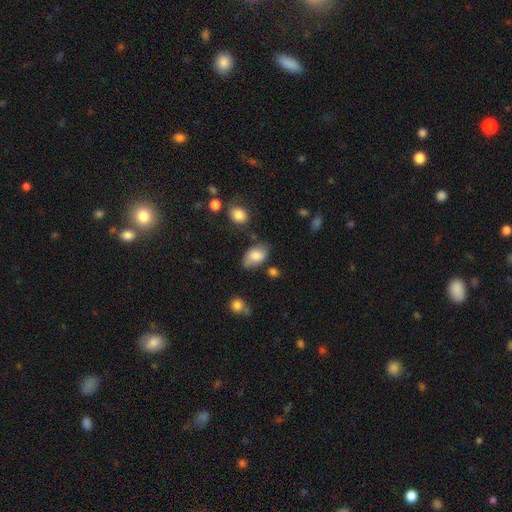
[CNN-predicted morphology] A smooth galaxy with no disk features (80%) that is in between round and cigar-shaped (89%). Merging: none (58%).